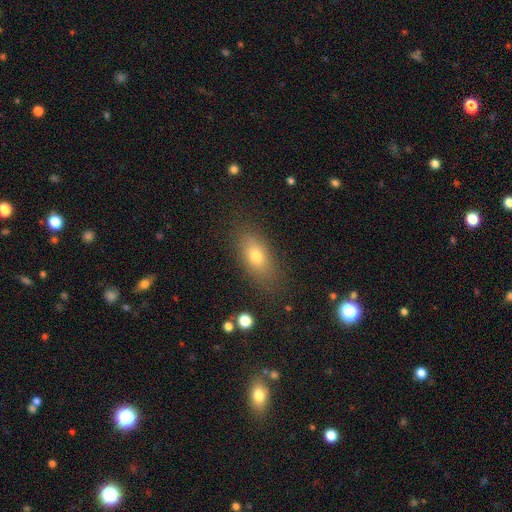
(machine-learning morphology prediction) smooth 74%, featured or disk 16%, star or artifact 11%. Down the decision tree: how rounded — in between (80%); merging — none (82%).